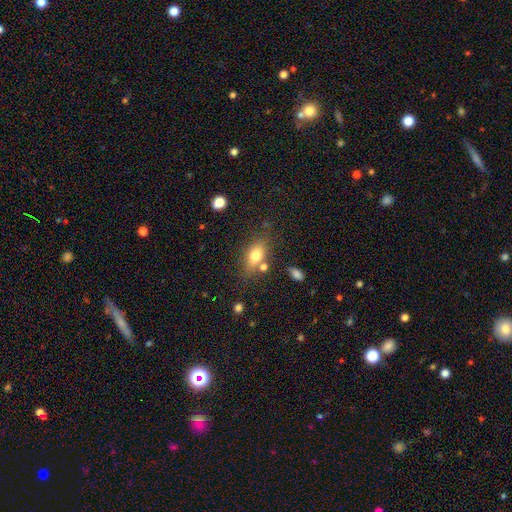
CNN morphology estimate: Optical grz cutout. It shows a smooth galaxy with no disk features (75%) that is in between round and cigar-shaped (80%). Merging: none (67%).